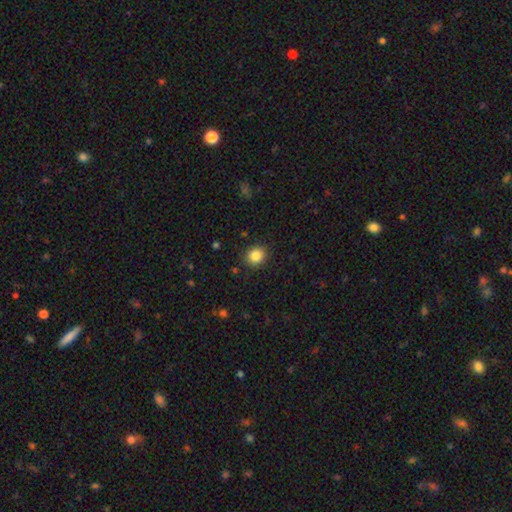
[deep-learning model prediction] A smooth galaxy with no disk features (85%) that is round (80%).

Vote fractions:
- Smooth or featured? smooth: 85% / star or artifact: 10% / featured or disk: 5%
- How rounded? round: 80% / in between: 19% / cigar-shaped: 1%
- Merging? none: 89% / minor disturbance: 8% / major disturbance: 2% / merger: 1%